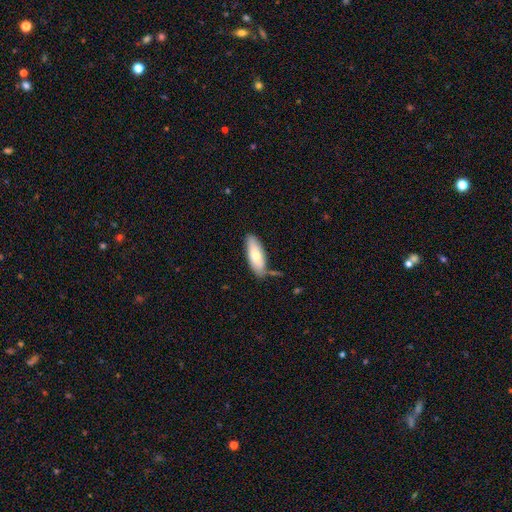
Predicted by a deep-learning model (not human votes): smooth-or-featured: smooth: 74% | featured or disk: 21% | star or artifact: 6%
  how-rounded: in between: 70% | cigar-shaped: 28% | round: 2%
  merging: none: 71% | minor disturbance: 19% | merger: 6% | major disturbance: 4%